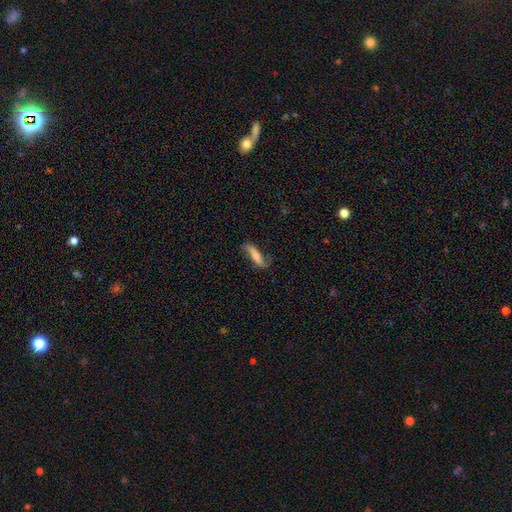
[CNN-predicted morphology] featured or disk 60%, smooth 33%, star or artifact 7%. Down the decision tree: edge-on disk — no (74%); merging — none (68%).